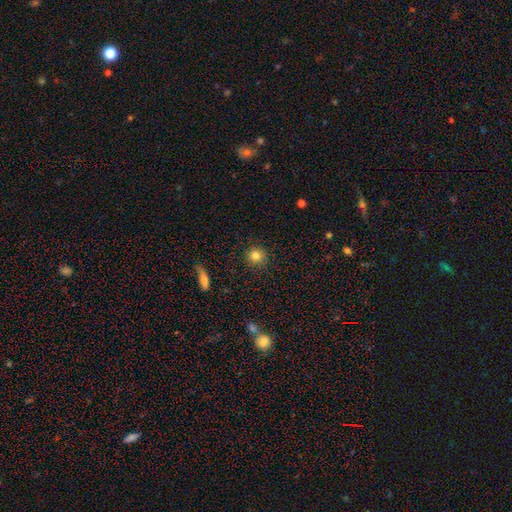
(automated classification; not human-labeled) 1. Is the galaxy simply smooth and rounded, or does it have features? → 82% smooth, 11% star or artifact, 7% featured or disk.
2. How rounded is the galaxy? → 94% round, 5% in between, 1% cigar-shaped.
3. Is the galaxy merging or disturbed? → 91% none, 6% minor disturbance, 2% major disturbance, 1% merger.